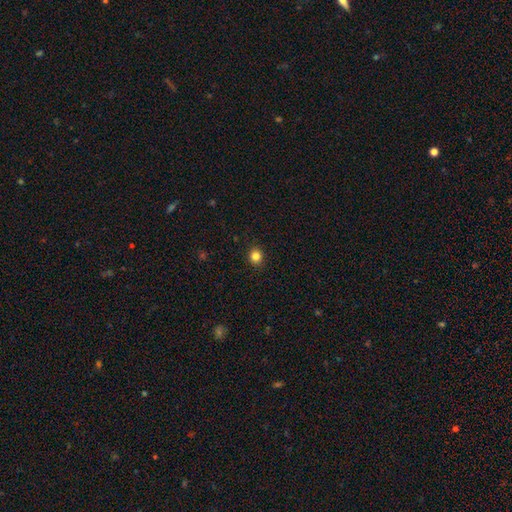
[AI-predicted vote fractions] The model was most divided on "smooth or featured": smooth: 83%, star or artifact: 12%, featured or disk: 4%. More confident: merging — none (92%); how rounded — round (86%).